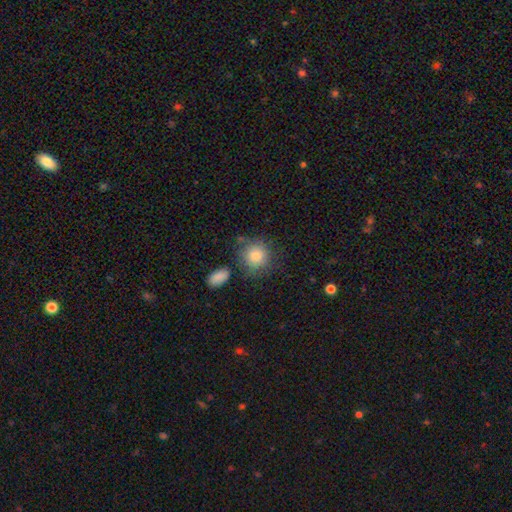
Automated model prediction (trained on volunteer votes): Smooth or featured? Predicted: smooth (p=0.81). How rounded? Predicted: round (p=0.87). Merging? Predicted: none (p=0.71).